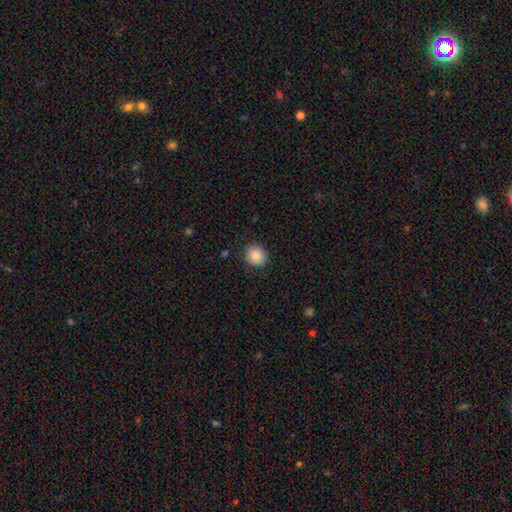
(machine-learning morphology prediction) The model was most divided on "how rounded": round: 83%, in between: 16%, cigar-shaped: 1%. More confident: merging — none (88%); smooth or featured — smooth (87%).